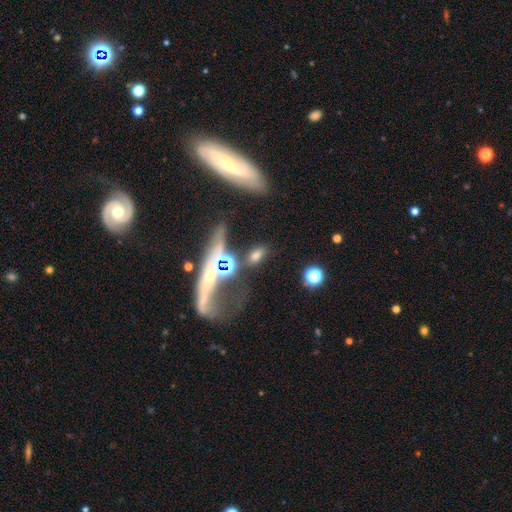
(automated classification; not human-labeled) A smooth galaxy with no disk features (61%) that is in between round and cigar-shaped (78%). Merging: none (57%).